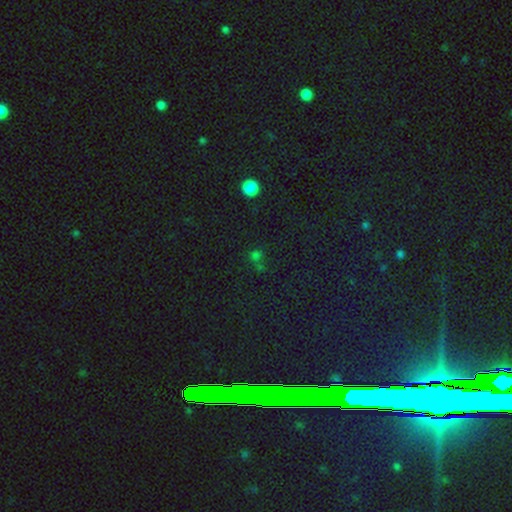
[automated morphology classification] Q: Smooth or featured?
A: star or artifact (59%); runner-up: smooth (33%)